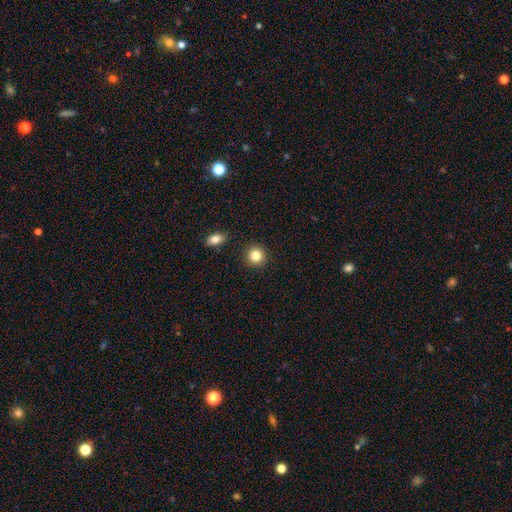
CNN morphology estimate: The model was most divided on "smooth or featured": smooth: 84%, star or artifact: 10%, featured or disk: 6%. More confident: how rounded — round (92%); merging — none (91%).